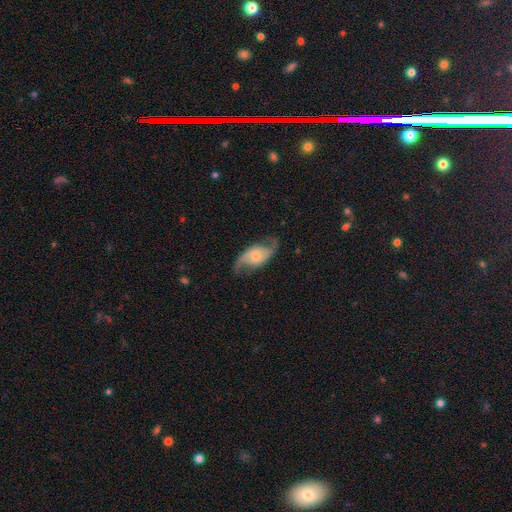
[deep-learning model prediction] The model was most divided on "bulge size": moderate: 49%, small: 35%, large: 10%, none: 5%, dominant: 2%. More confident: edge-on disk — no (95%); spiral arms — yes (94%); spiral arm count — 2 (91%); smooth or featured — featured or disk (81%); merging — none (74%); spiral winding — loose (56%); bar — no (52%).